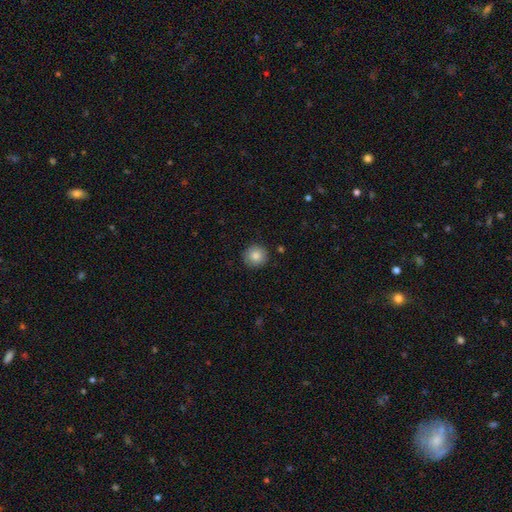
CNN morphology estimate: smooth-or-featured: smooth: 84% | star or artifact: 9% | featured or disk: 7%
  how-rounded: round: 94% | in between: 5% | cigar-shaped: 1%
  merging: none: 89% | minor disturbance: 8% | major disturbance: 2% | merger: 1%